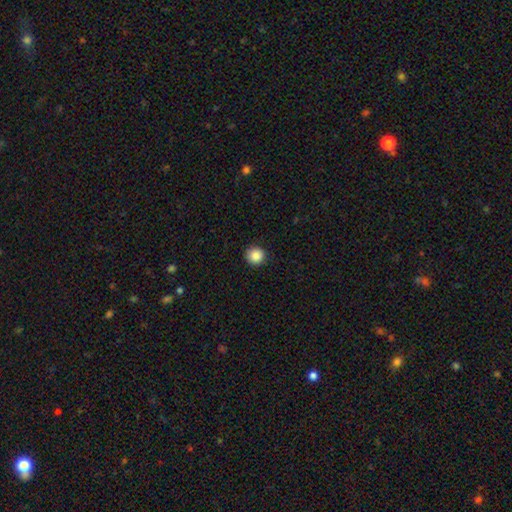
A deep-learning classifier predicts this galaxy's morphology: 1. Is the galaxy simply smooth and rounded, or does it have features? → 87% smooth, 9% star or artifact, 3% featured or disk.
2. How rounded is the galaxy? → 94% round, 5% in between, 1% cigar-shaped.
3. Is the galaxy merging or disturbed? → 90% none, 7% minor disturbance, 2% major disturbance, 1% merger.